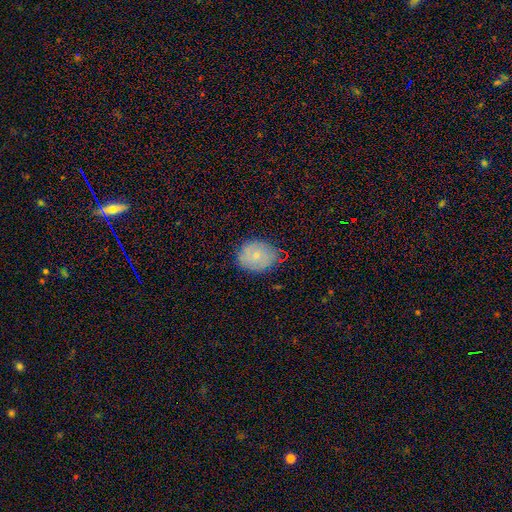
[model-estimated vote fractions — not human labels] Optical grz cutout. It shows a smooth galaxy with no disk features (67%) that is round (54%). Merging: none (80%).